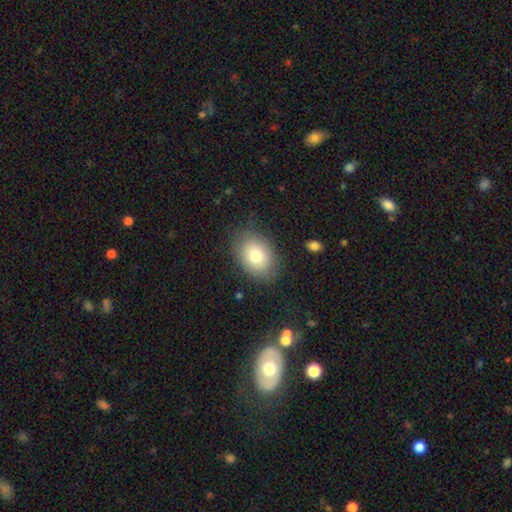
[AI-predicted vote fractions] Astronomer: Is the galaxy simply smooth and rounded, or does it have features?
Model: smooth — 78%.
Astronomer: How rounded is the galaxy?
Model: in between — 75%.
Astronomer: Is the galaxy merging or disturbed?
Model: none — 80%.